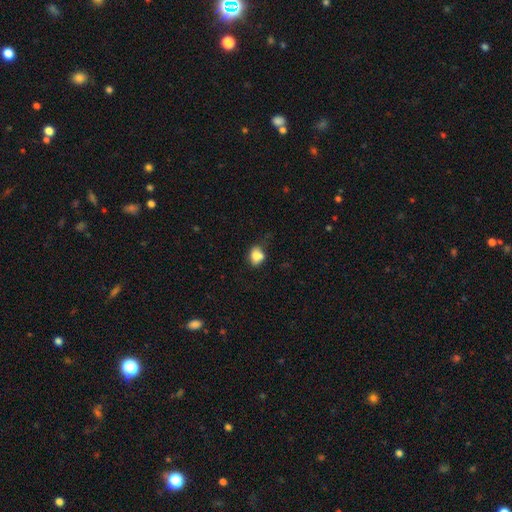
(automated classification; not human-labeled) Smooth or featured?
  - smooth: 78% *
  - featured or disk: 12%
  - star or artifact: 10%
How rounded?
  - in between: 57% *
  - round: 42%
  - cigar-shaped: 1%
Merging?
  - none: 43% *
  - minor disturbance: 27%
  - merger: 21%
  - major disturbance: 10%